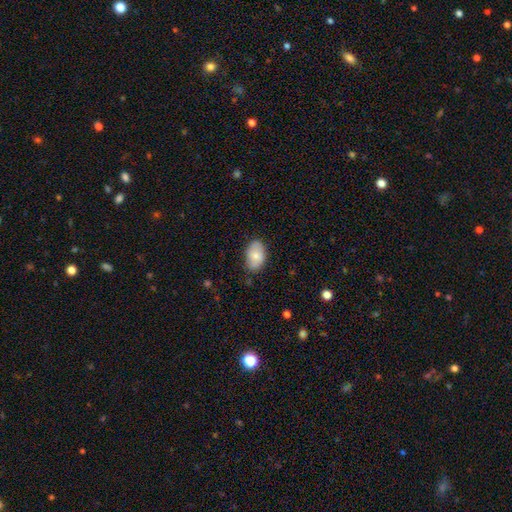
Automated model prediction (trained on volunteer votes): Overall: smooth (75%). How rounded: in between (91%). Merging: none (75%).